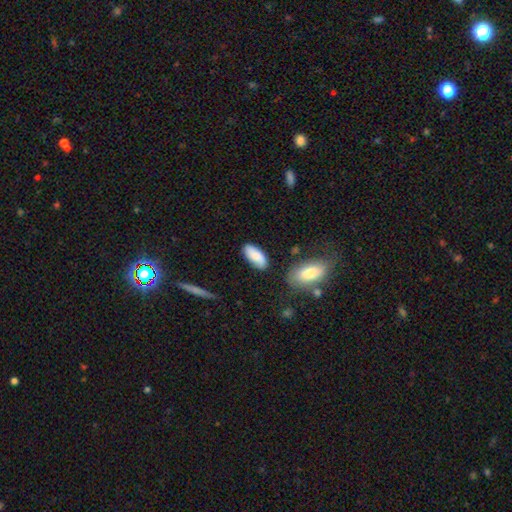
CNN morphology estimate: Smooth or featured?
  - smooth: 79% *
  - featured or disk: 14%
  - star or artifact: 6%
How rounded?
  - in between: 89% *
  - cigar-shaped: 9%
  - round: 2%
Merging?
  - none: 78% *
  - minor disturbance: 15%
  - merger: 3%
  - major disturbance: 3%